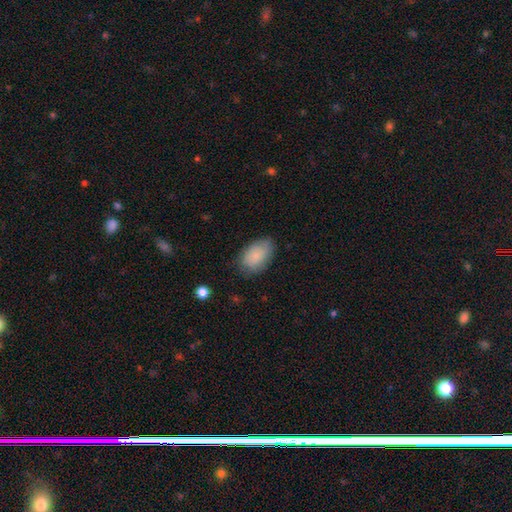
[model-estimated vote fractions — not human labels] Smooth or featured: smooth — 83% (featured or disk — 11%)
How rounded: in between — 89% (round — 9%)
Merging: none — 74% (minor disturbance — 20%)